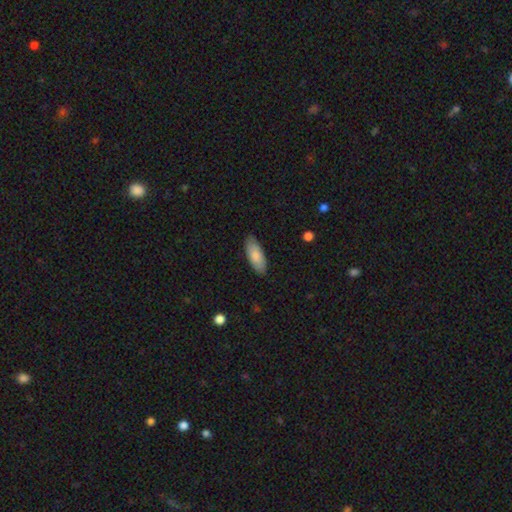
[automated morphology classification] Smooth or featured: smooth — 83% (featured or disk — 12%)
How rounded: in between — 78% (cigar-shaped — 20%)
Merging: none — 84% (minor disturbance — 12%)